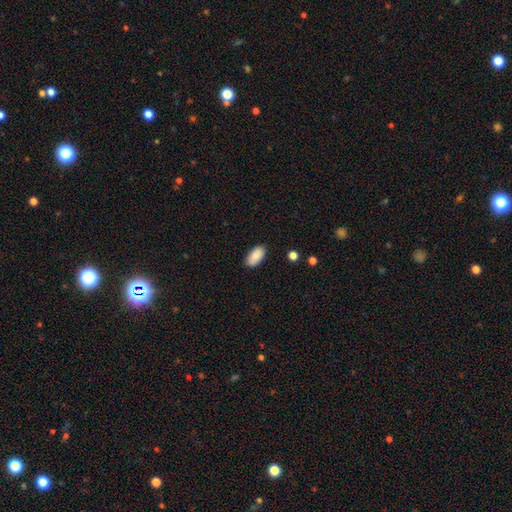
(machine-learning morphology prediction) This appears to be a smooth galaxy with no disk features (87%) that is in between round and cigar-shaped (95%). Merging: none (86%).